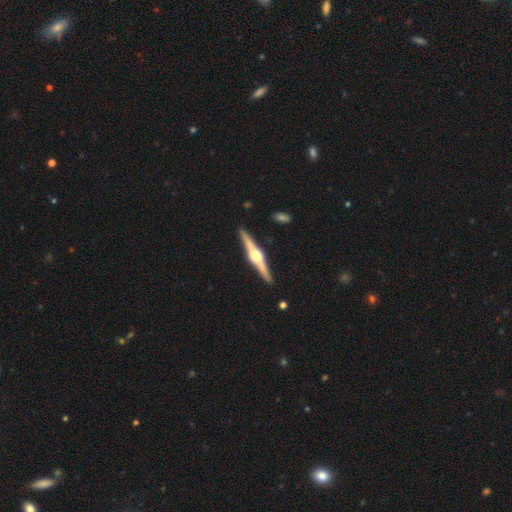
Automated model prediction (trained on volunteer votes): This appears to be a featured or disk galaxy (85%) viewed edge-on (98%) with a rounded central bulge (94%). Merging: none (91%).